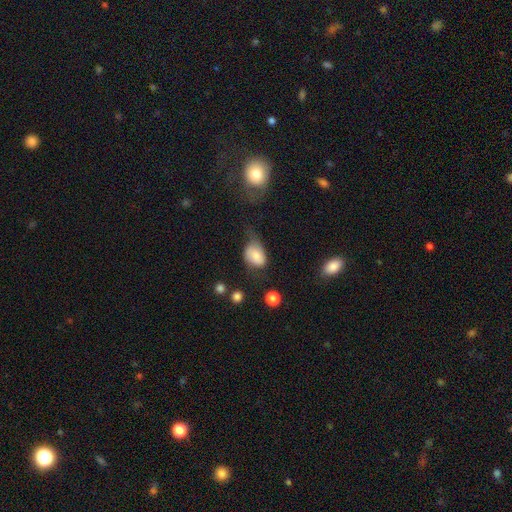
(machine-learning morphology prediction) This is likely a smooth galaxy (72%). How rounded: likely in between (75%). Merging: marginally minor disturbance (36%).